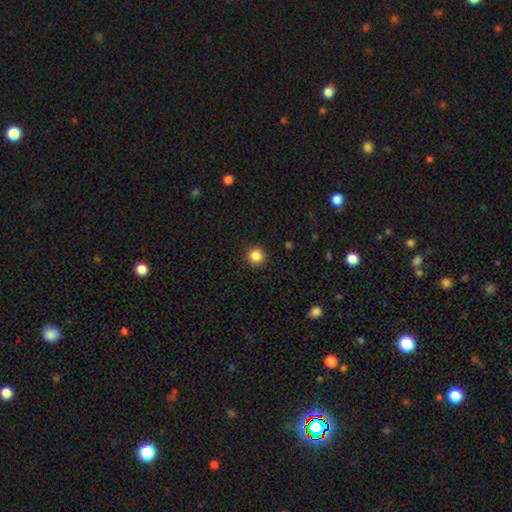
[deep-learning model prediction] Smooth or featured? smooth (85%)
How rounded? round (95%)
Merging? none (92%)